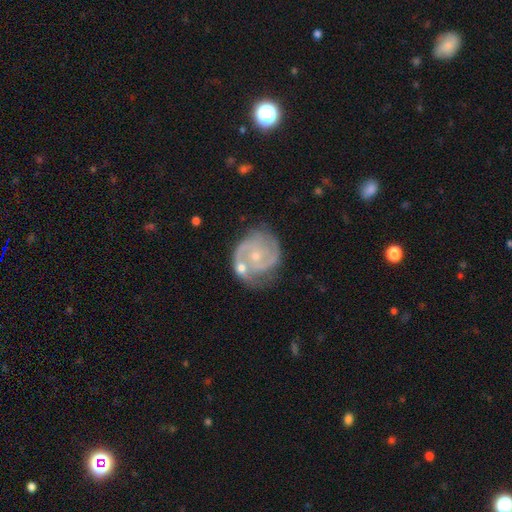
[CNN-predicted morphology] smooth_or_featured: featured or disk (p=0.86) [alt: smooth p=0.09]
disk_edge_on: no (p=0.98) [alt: yes p=0.02]
bar: no (p=0.67) [alt: weak p=0.27]
has_spiral_arms: yes (p=0.96) [alt: no p=0.04]
spiral_winding: tight (p=0.48) [alt: medium p=0.42]
spiral_arm_count: 2 (p=0.67) [alt: 3 p=0.14]
bulge_size: small (p=0.68) [alt: moderate p=0.28]
merging: none (p=0.56) [alt: minor disturbance p=0.19]